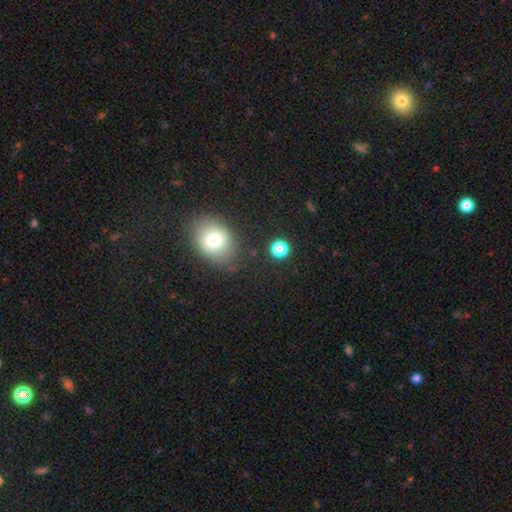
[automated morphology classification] The model was most divided on "how rounded": in between: 51%, round: 48%, cigar-shaped: 1%. More confident: merging — none (83%); smooth or featured — smooth (72%).